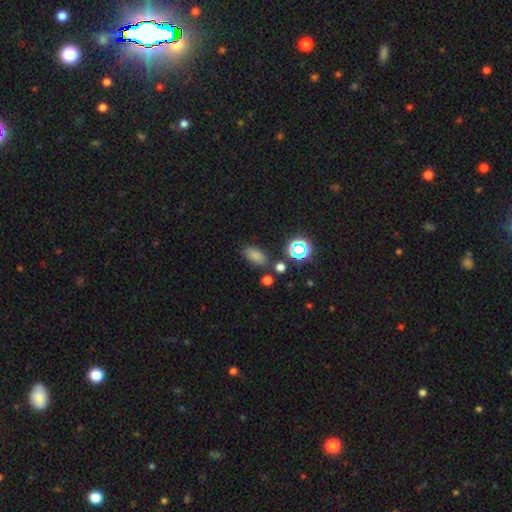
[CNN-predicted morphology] This appears to be a smooth galaxy with no disk features (74%) that is in between round and cigar-shaped (87%). Merging: none (77%).